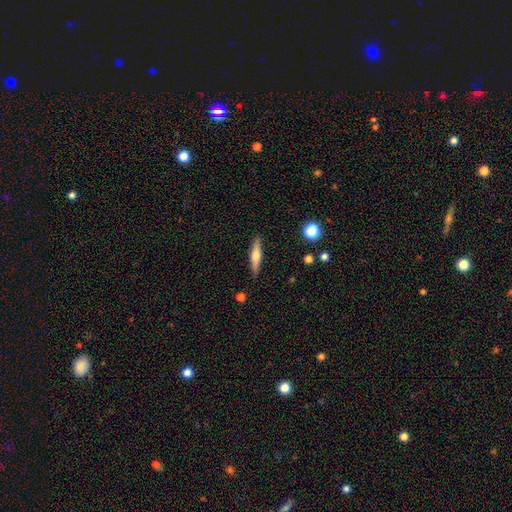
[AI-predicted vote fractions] Smooth or featured? featured or disk (50%)
Merging? none (89%)